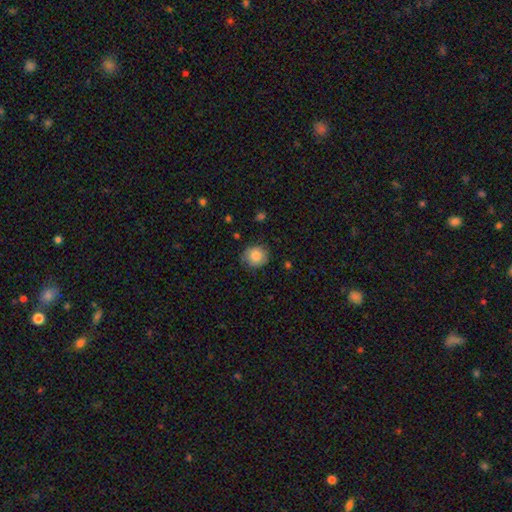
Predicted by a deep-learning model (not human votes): smooth-or-featured: smooth: 84% | featured or disk: 8% | star or artifact: 8%
  how-rounded: round: 87% | in between: 12% | cigar-shaped: 1%
  merging: none: 81% | minor disturbance: 14% | major disturbance: 3% | merger: 1%